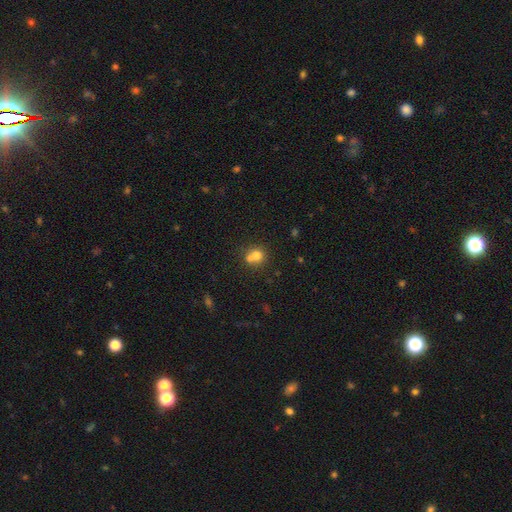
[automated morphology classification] type=smooth (72%); roundness=round (80%); merging=merger (46%).